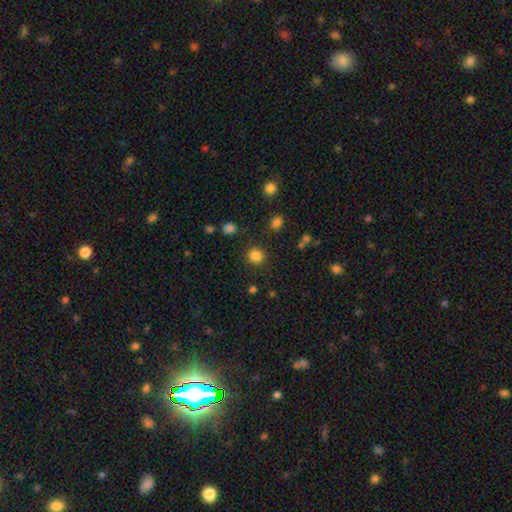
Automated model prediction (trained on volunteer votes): This is clearly a smooth galaxy (83%). How rounded: clearly round (92%). Merging: clearly none (89%).